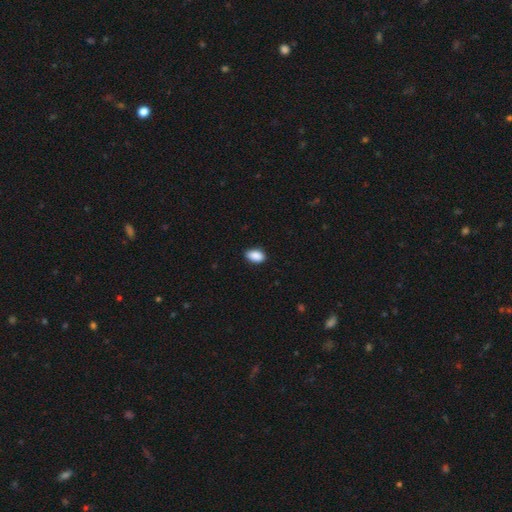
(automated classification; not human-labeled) A smooth galaxy with no disk features (90%) that is in between round and cigar-shaped (92%).

Vote fractions:
- Smooth or featured? smooth: 90% / star or artifact: 7% / featured or disk: 3%
- How rounded? in between: 92% / round: 6% / cigar-shaped: 2%
- Merging? none: 87% / minor disturbance: 10% / major disturbance: 2% / merger: 1%